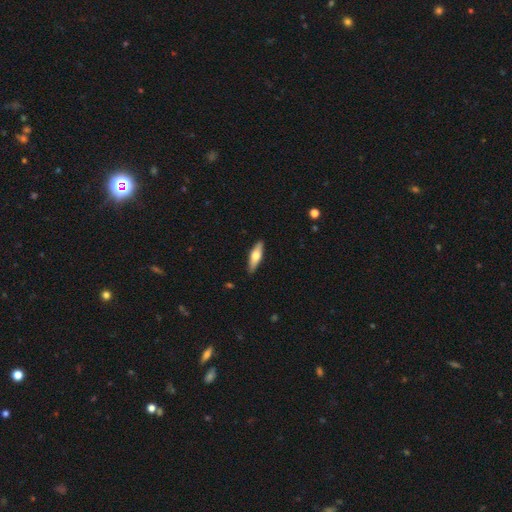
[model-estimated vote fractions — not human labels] Q: Smooth or featured?
A: smooth (58%); runner-up: featured or disk (37%)
Q: How rounded?
A: cigar-shaped (55%); runner-up: in between (43%)
Q: Merging?
A: none (88%); runner-up: minor disturbance (9%)